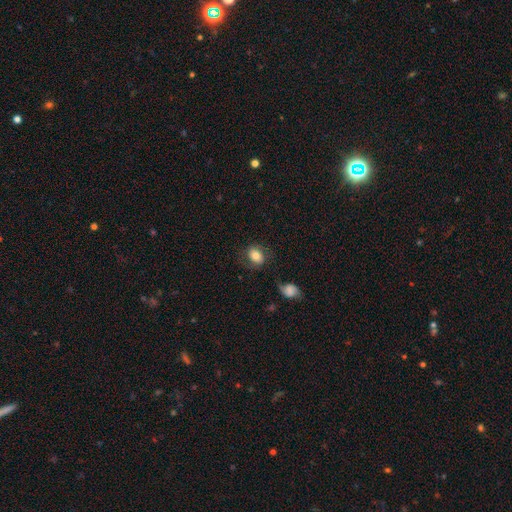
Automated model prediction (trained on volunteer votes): This is likely a smooth galaxy (74%). How rounded: likely in between (62%). Merging: likely none (68%).